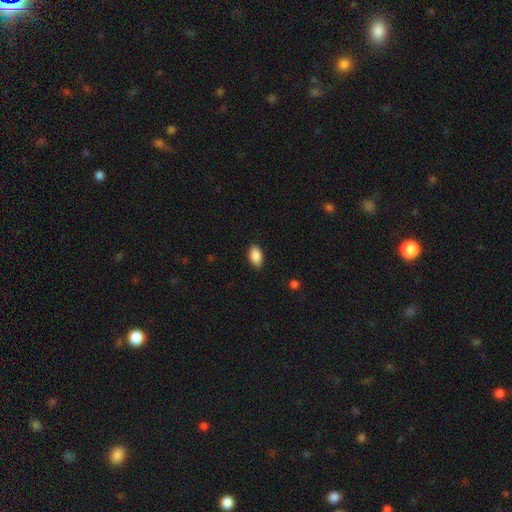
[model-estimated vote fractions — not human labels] Smooth or featured: smooth — 89% (star or artifact — 7%)
How rounded: in between — 93% (round — 5%)
Merging: none — 88% (minor disturbance — 9%)